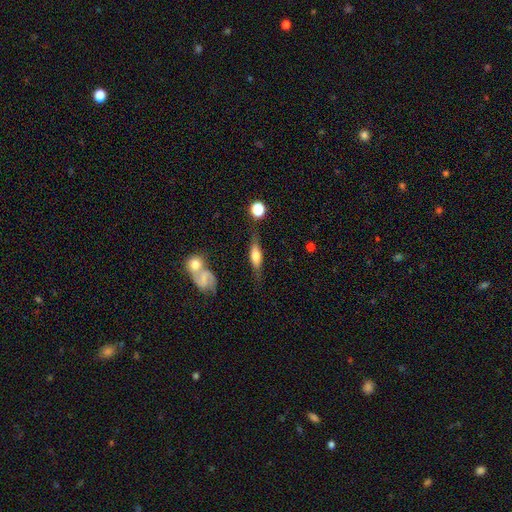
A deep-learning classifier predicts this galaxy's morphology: smooth_or_featured: smooth (p=0.49) [alt: featured or disk p=0.44]
merging: none (p=0.69) [alt: minor disturbance p=0.19]